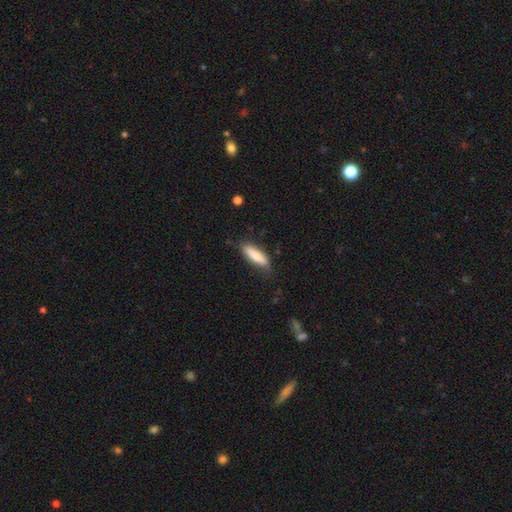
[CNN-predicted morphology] smooth 80%, featured or disk 14%, star or artifact 6%. Down the decision tree: how rounded — cigar-shaped (54%); merging — none (75%).